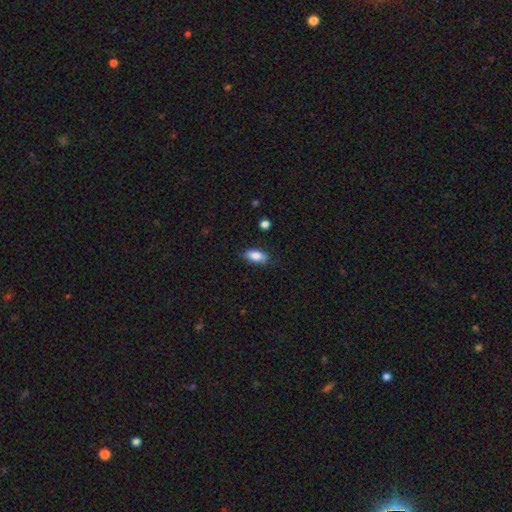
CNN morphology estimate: smooth_or_featured: smooth (p=0.84) [alt: featured or disk p=0.09]
how_rounded: in between (p=0.87) [alt: cigar-shaped p=0.09]
merging: none (p=0.80) [alt: minor disturbance p=0.15]